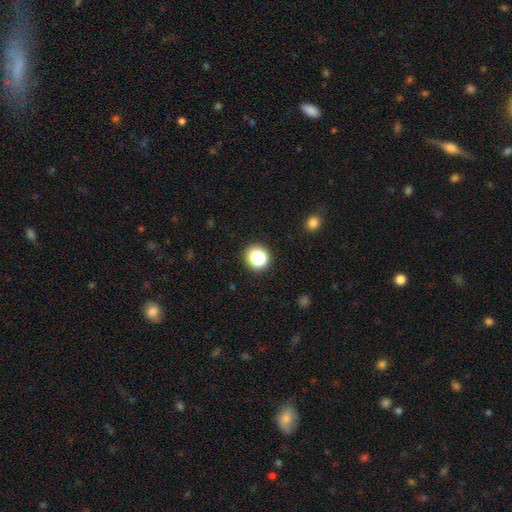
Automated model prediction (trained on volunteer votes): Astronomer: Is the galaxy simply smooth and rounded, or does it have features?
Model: smooth — 75%.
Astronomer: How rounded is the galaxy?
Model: round — 87%.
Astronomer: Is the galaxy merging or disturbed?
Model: none — 84%.